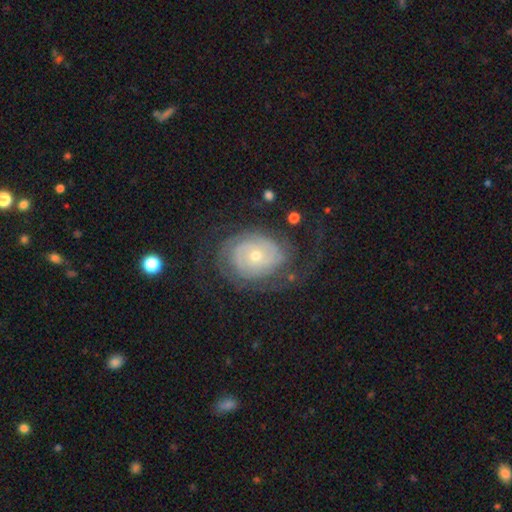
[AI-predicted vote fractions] This is clearly a featured or disk galaxy (80%). It is clearly not viewed edge-on (97%). Bar: likely no (79%). Spiral arm pattern: clearly yes (89%). Spiral arm count: marginally can't tell (39%). Spiral winding: likely tight (68%). Central bulge: likely small (61%). Merging: likely none (63%).